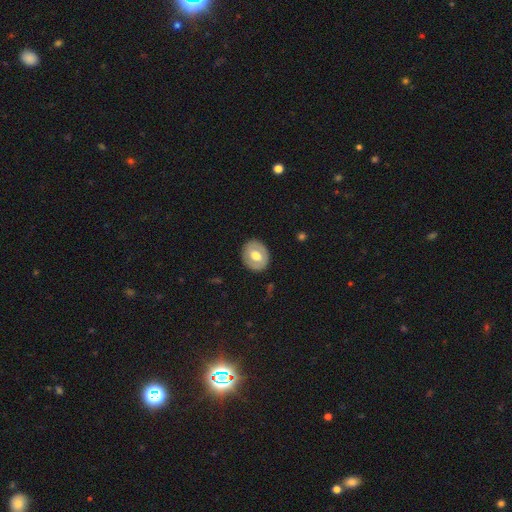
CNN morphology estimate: Overall: smooth (55%; featured or disk 39%). How rounded: round (59%; in between 40%). Merging: none (87%).